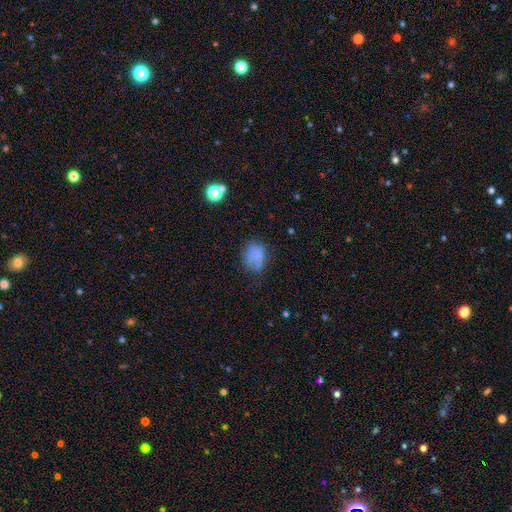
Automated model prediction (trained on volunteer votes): Smooth or featured? Predicted: smooth (p=0.73). How rounded? Predicted: in between (p=0.59). Merging? Predicted: none (p=0.54).